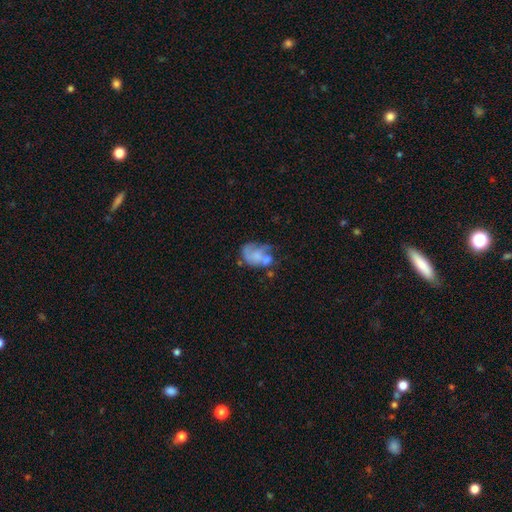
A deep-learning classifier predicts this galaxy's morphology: Smooth or featured: featured or disk — 47% (smooth — 43%)
Merging: major disturbance — 29% (none — 26%)